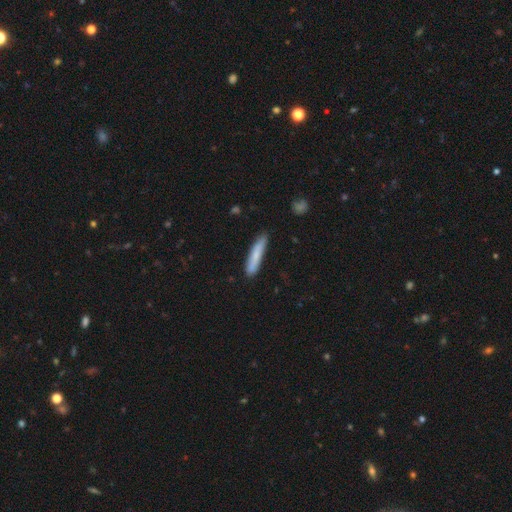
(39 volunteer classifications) Smooth or featured? smooth (82%)
How rounded? cigar-shaped (88%)
Merging? none (70%)